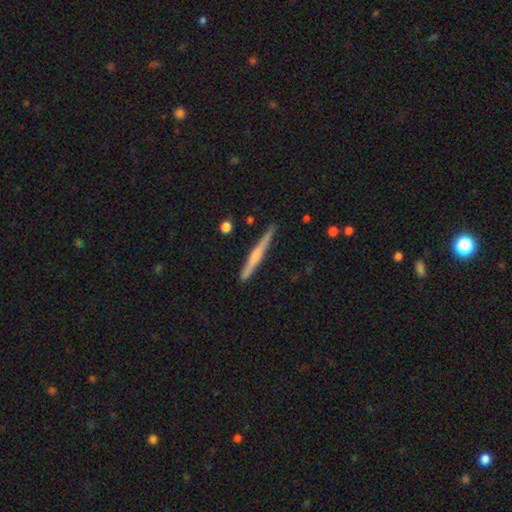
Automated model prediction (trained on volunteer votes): Smooth or featured? featured or disk (61%)
Edge-on disk? yes (98%)
Edge-on bulge? rounded (63%)
Merging? none (88%)